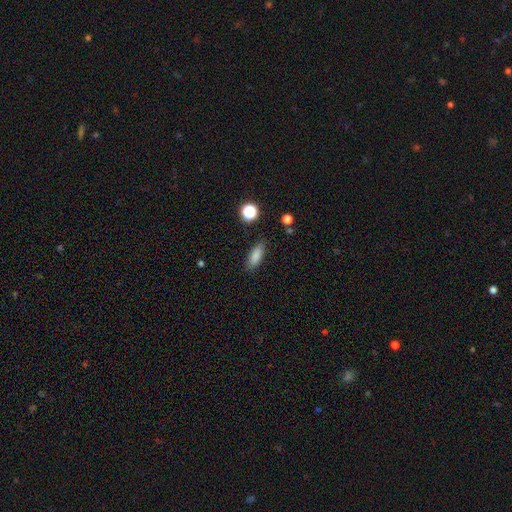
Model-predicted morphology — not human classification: type=smooth (84%); roundness=in between (70%); merging=none (85%).